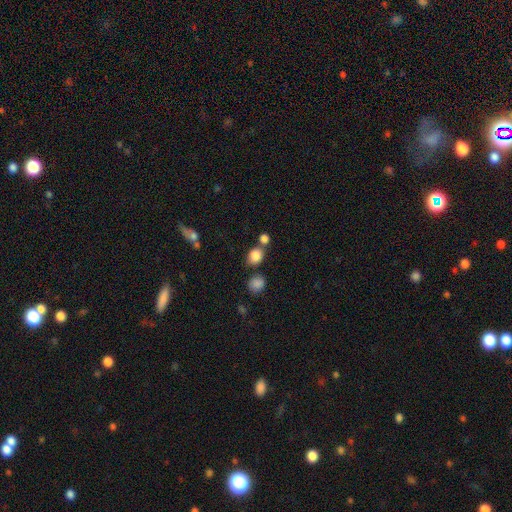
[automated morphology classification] Smooth or featured: smooth — 84% (star or artifact — 11%)
How rounded: round — 58% (in between — 40%)
Merging: none — 61% (merger — 23%)